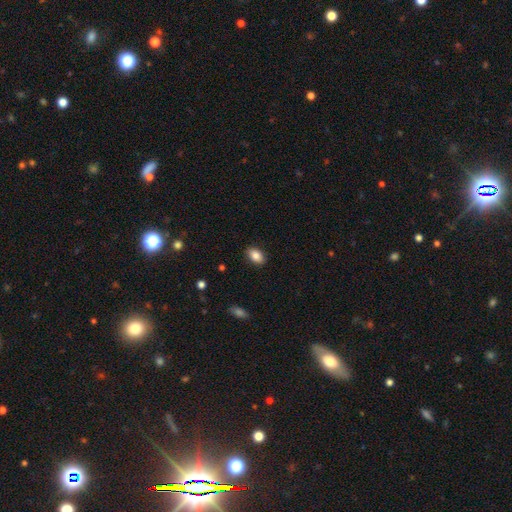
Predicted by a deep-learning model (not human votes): Smooth or featured: smooth — 85% (star or artifact — 8%)
How rounded: in between — 88% (round — 10%)
Merging: none — 88% (minor disturbance — 9%)